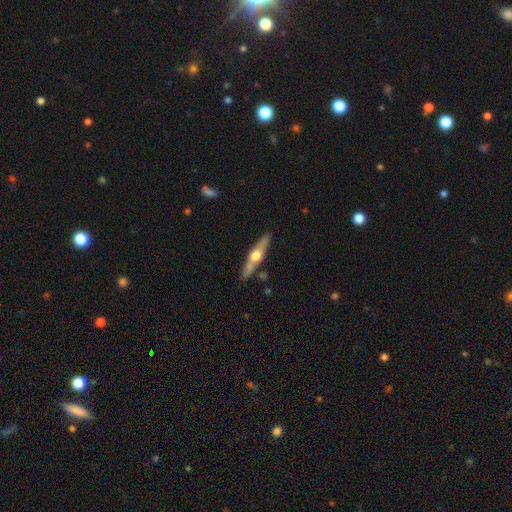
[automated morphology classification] Smooth or featured? featured or disk (63%)
Edge-on disk? yes (94%)
Edge-on bulge? rounded (92%)
Merging? none (82%)